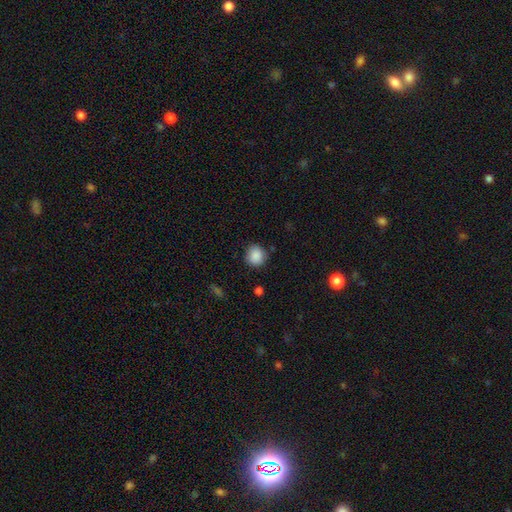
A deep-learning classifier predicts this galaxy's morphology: The model was most divided on "merging": none: 81%, minor disturbance: 14%, major disturbance: 3%, merger: 2%. More confident: smooth or featured — smooth (87%); how rounded — round (85%).